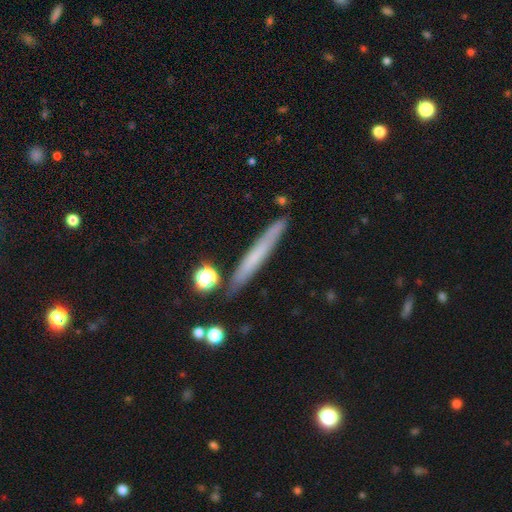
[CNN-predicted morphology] smooth_or_featured: smooth (p=0.55) [alt: featured or disk p=0.36]
how_rounded: cigar-shaped (p=0.95) [alt: in between p=0.03]
merging: none (p=0.84) [alt: minor disturbance p=0.11]